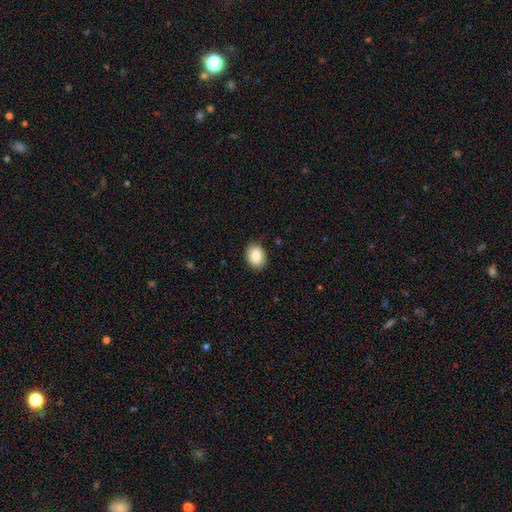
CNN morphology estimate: Smooth or featured? Predicted: smooth (p=0.85). How rounded? Predicted: in between (p=0.66). Merging? Predicted: none (p=0.87).